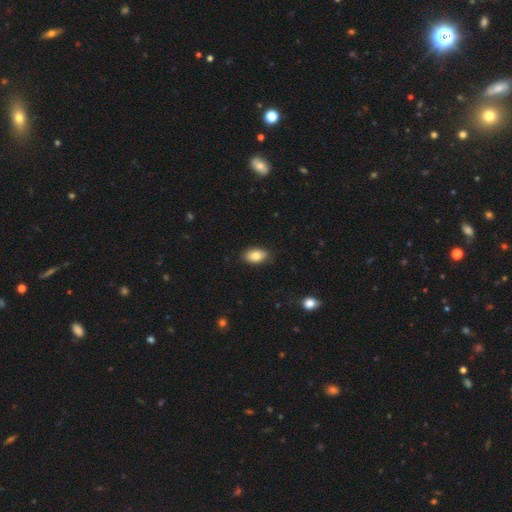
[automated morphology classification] smooth_or_featured: smooth (p=0.83) [alt: featured or disk p=0.09]
how_rounded: in between (p=0.91) [alt: round p=0.08]
merging: none (p=0.85) [alt: minor disturbance p=0.11]